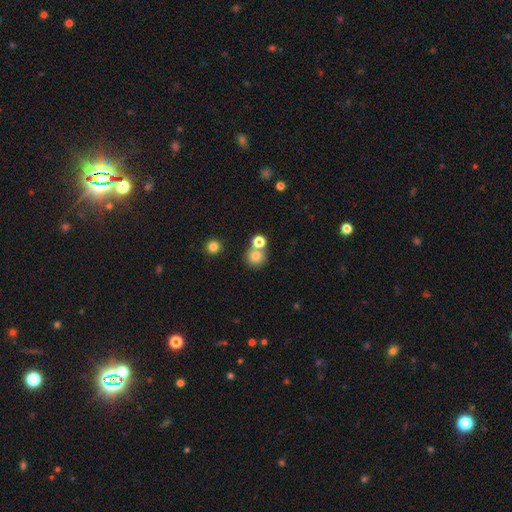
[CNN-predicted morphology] A smooth galaxy with no disk features (78%) that is round (89%). Merging: none (60%).